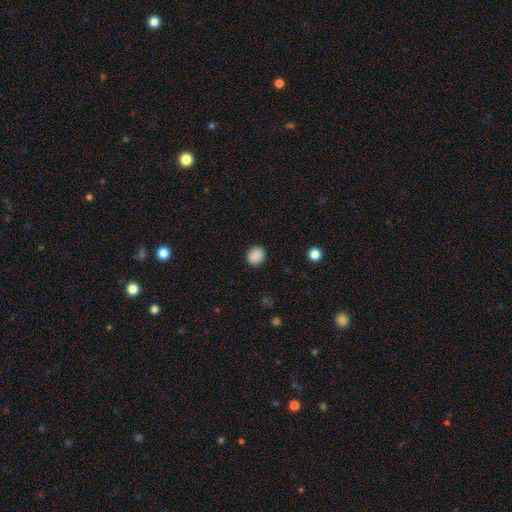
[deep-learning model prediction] Smooth or featured: smooth — 89% (star or artifact — 9%)
How rounded: round — 69% (in between — 30%)
Merging: none — 90% (minor disturbance — 7%)